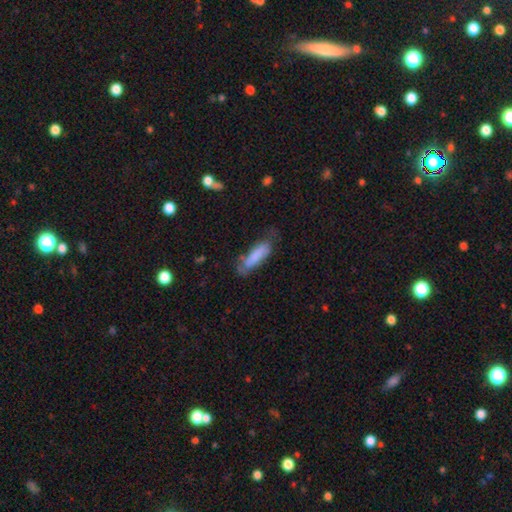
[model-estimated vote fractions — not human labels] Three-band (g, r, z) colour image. It shows a smooth galaxy with no disk features (76%) that is cigar-shaped (53%). Merging: none (47%).